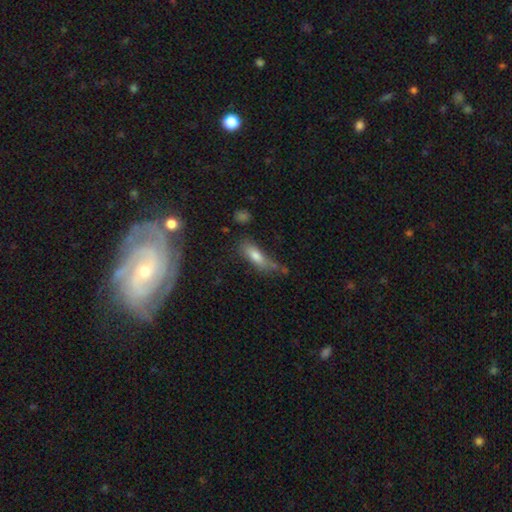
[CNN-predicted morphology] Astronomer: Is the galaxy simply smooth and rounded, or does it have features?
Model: smooth — 71%.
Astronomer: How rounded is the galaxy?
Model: in between — 52% (runner-up: cigar-shaped, 45%).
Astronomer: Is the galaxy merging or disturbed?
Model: none — 47% (runner-up: minor disturbance, 29%).